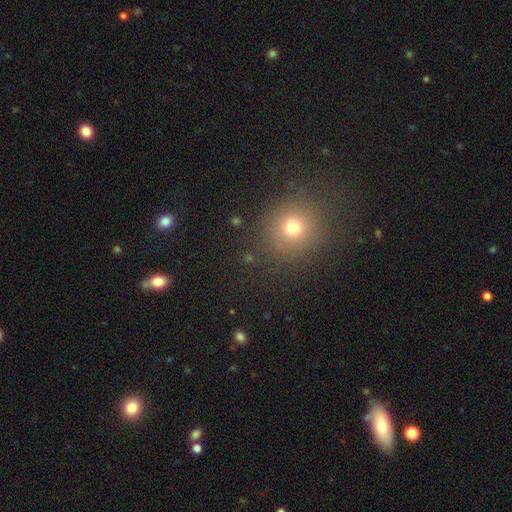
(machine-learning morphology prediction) Smooth or featured: smooth — 64% (star or artifact — 28%)
How rounded: round — 86% (in between — 13%)
Merging: none — 89% (minor disturbance — 7%)